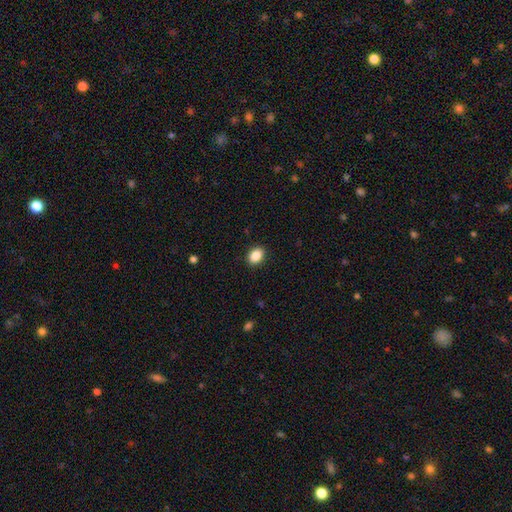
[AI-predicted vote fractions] smooth_or_featured: smooth (p=0.89) [alt: star or artifact p=0.08]
how_rounded: in between (p=0.73) [alt: round p=0.26]
merging: none (p=0.90) [alt: minor disturbance p=0.07]